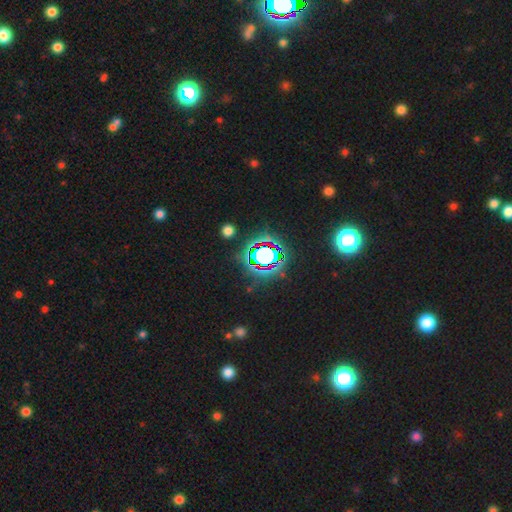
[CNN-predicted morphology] Smooth or featured? star or artifact (80%)